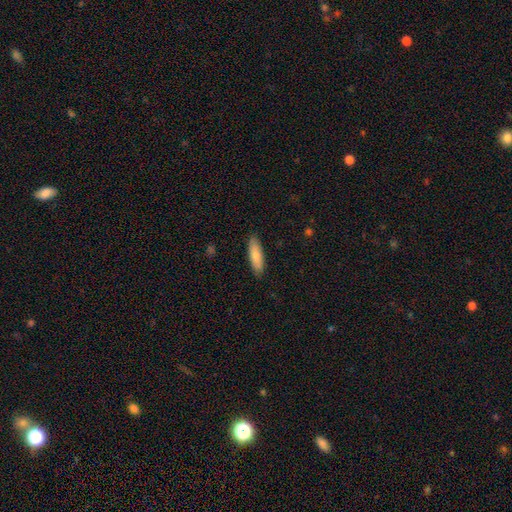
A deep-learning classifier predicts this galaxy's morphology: smooth-or-featured: smooth: 79% | featured or disk: 16% | star or artifact: 6%
  how-rounded: cigar-shaped: 53% | in between: 45% | round: 2%
  merging: none: 89% | minor disturbance: 9% | major disturbance: 2% | merger: 1%